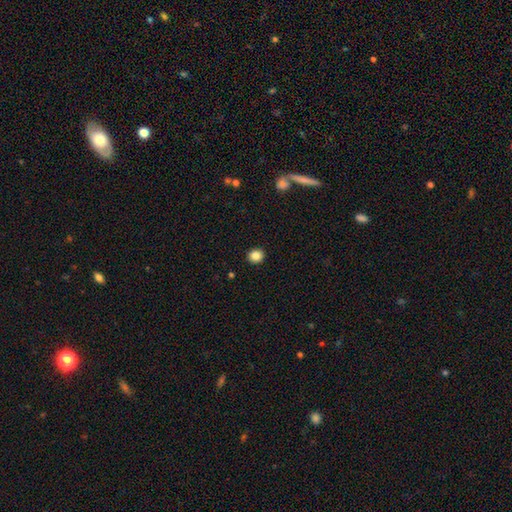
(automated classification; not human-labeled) Q: Smooth or featured?
A: smooth (86%); runner-up: star or artifact (10%)
Q: How rounded?
A: round (83%); runner-up: in between (16%)
Q: Merging?
A: none (92%); runner-up: minor disturbance (5%)